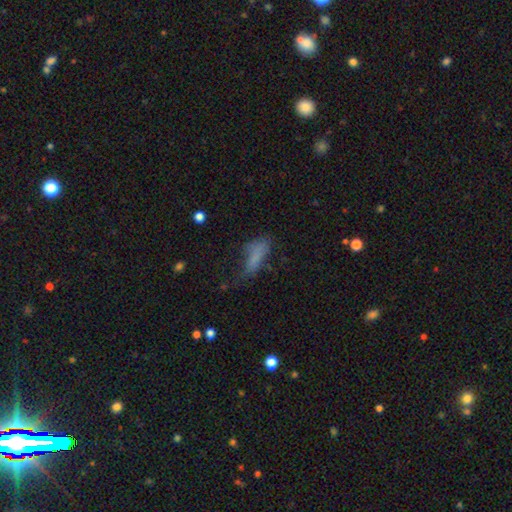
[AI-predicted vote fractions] A smooth galaxy with no disk features (70%) that is in between round and cigar-shaped (57%).

Vote fractions:
- Smooth or featured? smooth: 70% / featured or disk: 17% / star or artifact: 13%
- How rounded? in between: 57% / cigar-shaped: 39% / round: 3%
- Merging? none: 38% / minor disturbance: 30% / major disturbance: 29% / merger: 4%